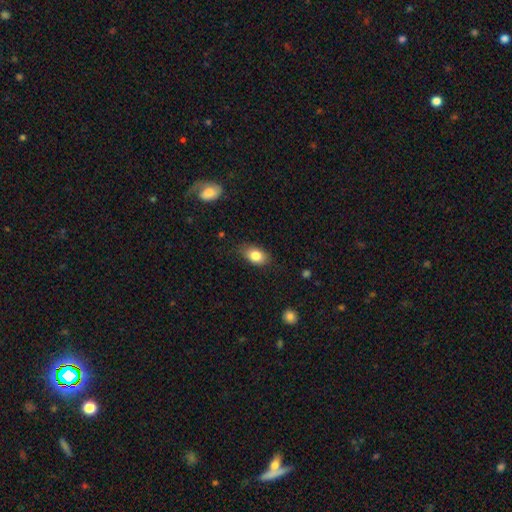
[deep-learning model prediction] Smooth or featured?
  - smooth: 82% *
  - featured or disk: 10%
  - star or artifact: 8%
How rounded?
  - in between: 85% *
  - round: 13%
  - cigar-shaped: 2%
Merging?
  - none: 79% *
  - minor disturbance: 17%
  - major disturbance: 3%
  - merger: 1%